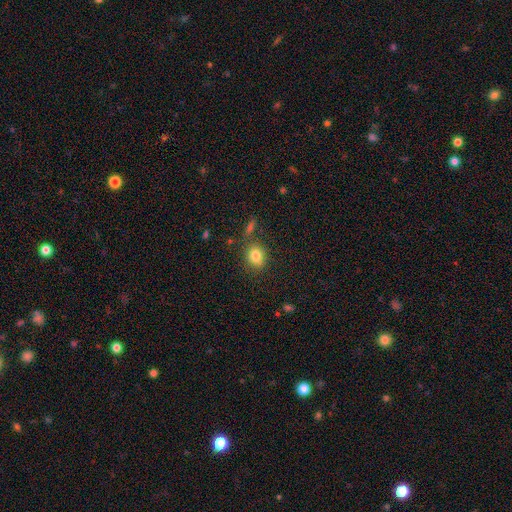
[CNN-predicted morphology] Smooth or featured? smooth (82%)
How rounded? round (60%)
Merging? none (77%)